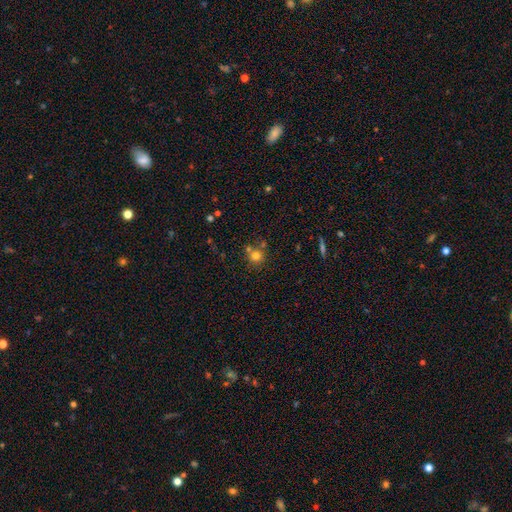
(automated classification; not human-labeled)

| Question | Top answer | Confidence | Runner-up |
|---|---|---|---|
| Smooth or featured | smooth | 73% | star or artifact (16%) |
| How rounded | round | 90% | in between (9%) |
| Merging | none | 63% | merger (24%) |